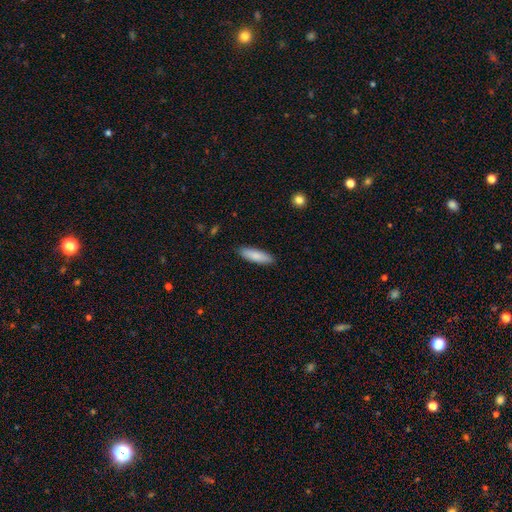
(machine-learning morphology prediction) smooth 85%, featured or disk 10%, star or artifact 6%. Down the decision tree: how rounded — cigar-shaped (56%); merging — none (89%).